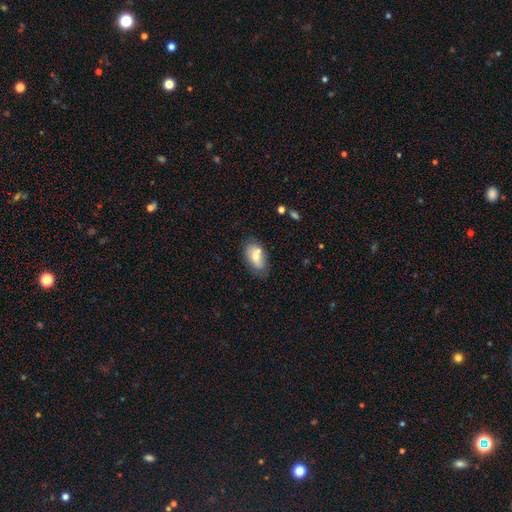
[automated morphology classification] The model was most divided on "merging": none: 64%, minor disturbance: 19%, merger: 12%, major disturbance: 5%. More confident: how rounded — in between (92%); smooth or featured — smooth (69%).